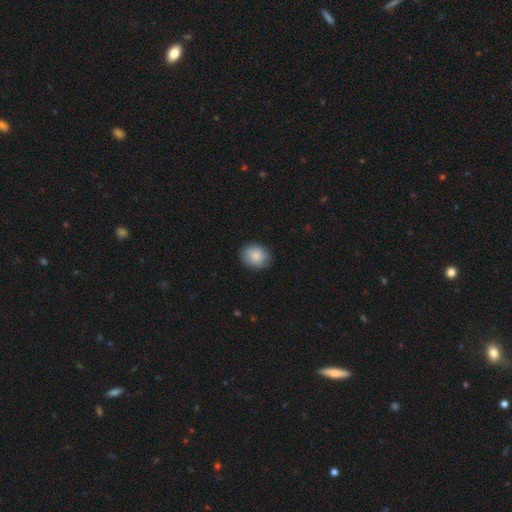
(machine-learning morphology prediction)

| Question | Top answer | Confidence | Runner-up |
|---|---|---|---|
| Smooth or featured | smooth | 85% | featured or disk (8%) |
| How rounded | round | 54% | in between (45%) |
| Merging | none | 87% | minor disturbance (10%) |